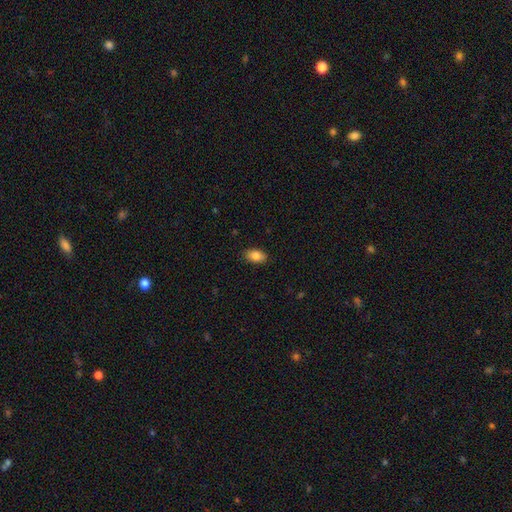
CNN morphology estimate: This appears to be a smooth galaxy with no disk features (85%) that is in between round and cigar-shaped (90%). Merging: none (87%).